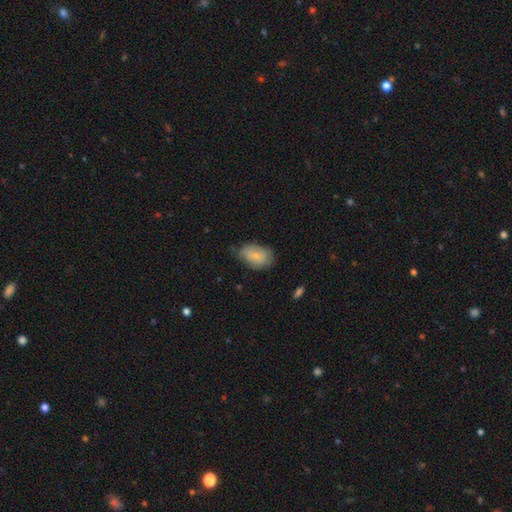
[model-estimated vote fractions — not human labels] smooth_or_featured: smooth (p=0.72) [alt: featured or disk p=0.21]
how_rounded: in between (p=0.89) [alt: round p=0.10]
merging: none (p=0.62) [alt: minor disturbance p=0.29]